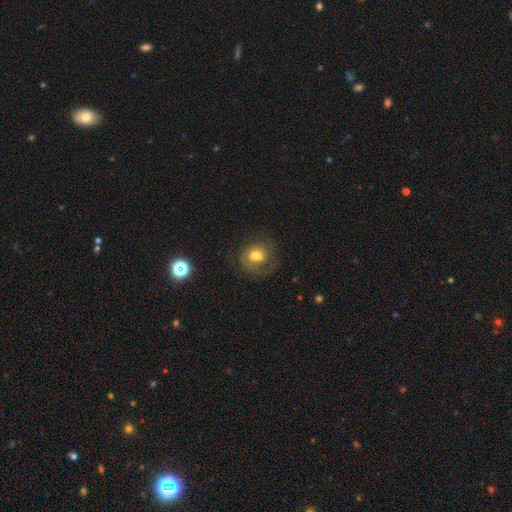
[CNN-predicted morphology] Q: Smooth or featured?
A: smooth (53%); runner-up: featured or disk (35%)
Q: How rounded?
A: round (65%); runner-up: in between (33%)
Q: Merging?
A: none (43%); runner-up: minor disturbance (20%)